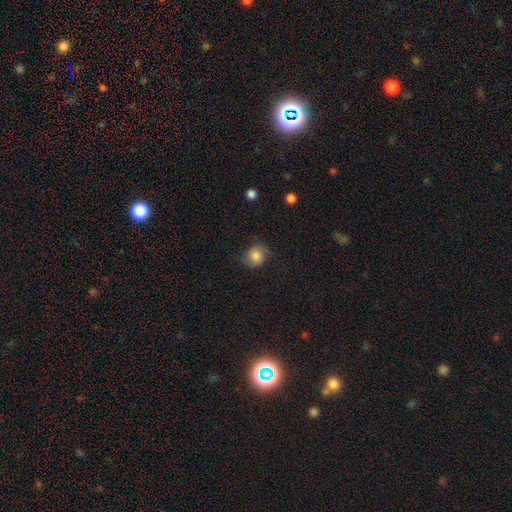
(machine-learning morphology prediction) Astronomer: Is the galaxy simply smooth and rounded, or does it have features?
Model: smooth — 74%.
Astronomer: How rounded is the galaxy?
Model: round — 76%.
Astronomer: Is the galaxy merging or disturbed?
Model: none — 67%.